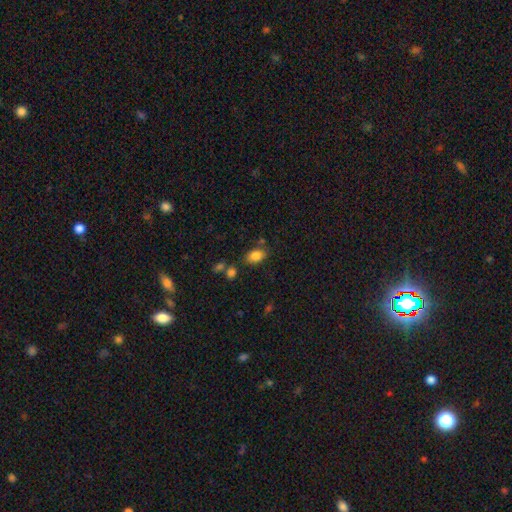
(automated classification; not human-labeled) A smooth galaxy with no disk features (84%) that is in between round and cigar-shaped (87%). Merging: none (73%).